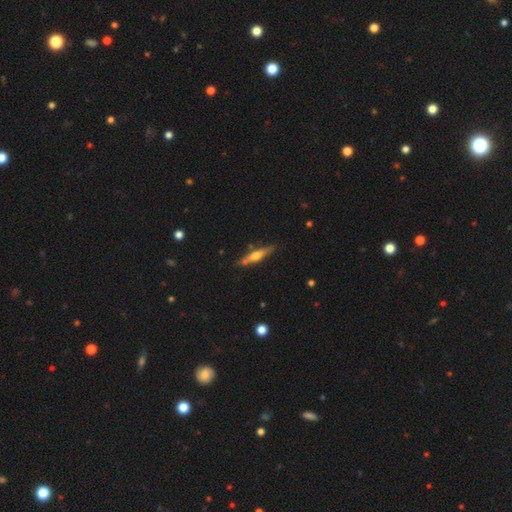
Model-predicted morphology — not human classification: Smooth or featured? featured or disk (59%)
Edge-on disk? yes (92%)
Edge-on bulge? rounded (85%)
Merging? none (81%)